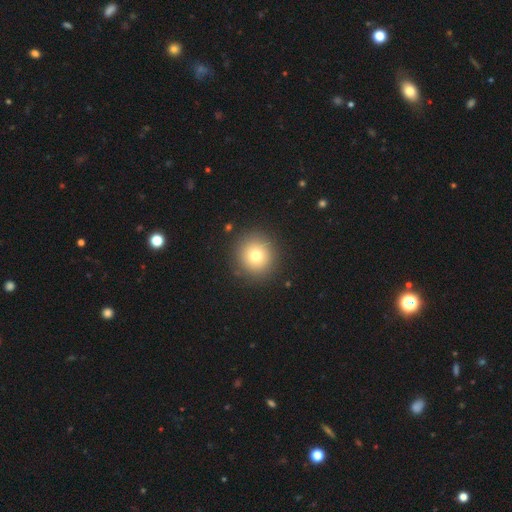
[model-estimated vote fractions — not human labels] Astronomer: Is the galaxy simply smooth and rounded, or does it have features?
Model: smooth — 76%.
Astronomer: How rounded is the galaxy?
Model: round — 94%.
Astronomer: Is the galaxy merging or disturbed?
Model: none — 90%.